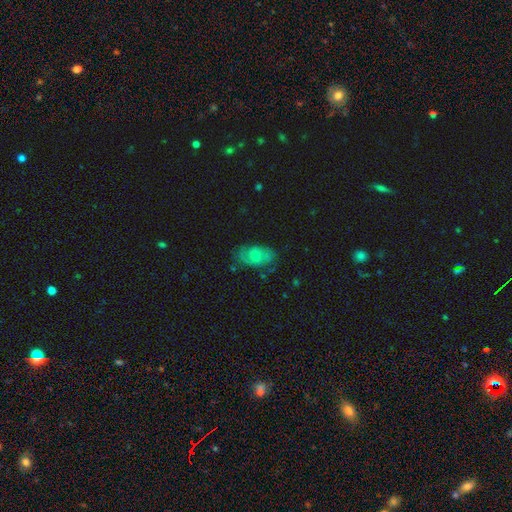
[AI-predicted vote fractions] This is possibly a smooth galaxy (47%). Merging: likely none (72%).